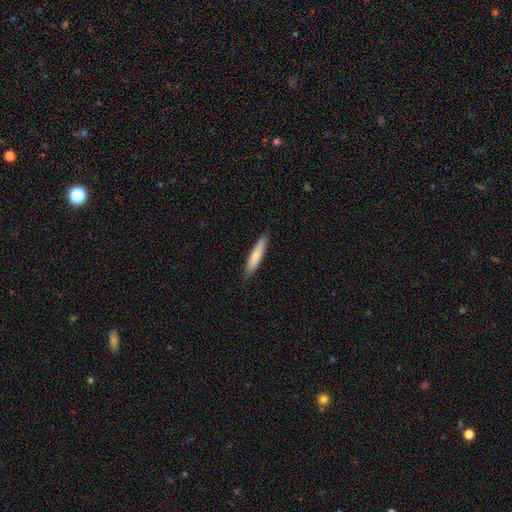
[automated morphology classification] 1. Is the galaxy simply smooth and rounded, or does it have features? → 75% smooth, 20% featured or disk, 5% star or artifact.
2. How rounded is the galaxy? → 87% cigar-shaped, 12% in between, 1% round.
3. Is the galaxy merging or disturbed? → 86% none, 11% minor disturbance, 2% major disturbance, 1% merger.